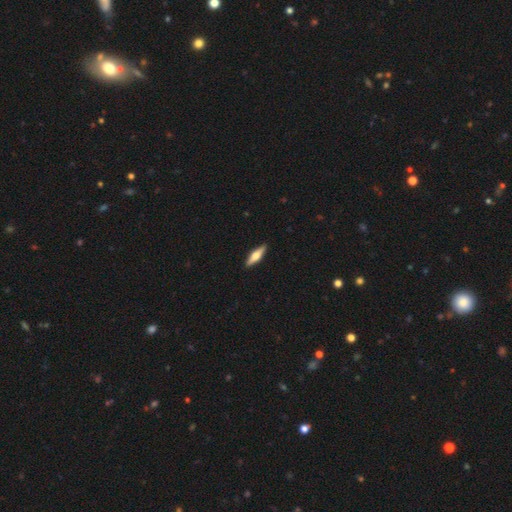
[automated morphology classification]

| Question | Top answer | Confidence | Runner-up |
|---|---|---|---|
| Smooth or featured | smooth | 51% | featured or disk (43%) |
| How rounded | cigar-shaped | 62% | in between (36%) |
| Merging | none | 91% | minor disturbance (7%) |